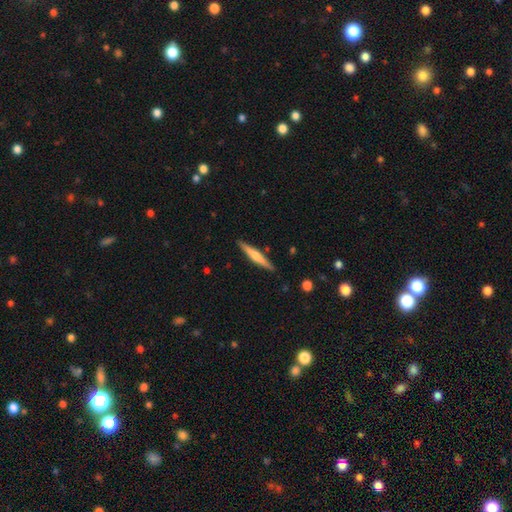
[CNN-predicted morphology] Smooth or featured?
  - featured or disk: 53% *
  - smooth: 42%
  - star or artifact: 5%
Edge-on disk?
  - yes: 97% *
  - no: 3%
Edge-on bulge?
  - rounded: 72% *
  - none: 17%
  - boxy: 11%
Merging?
  - none: 89% *
  - minor disturbance: 8%
  - merger: 2%
  - major disturbance: 2%